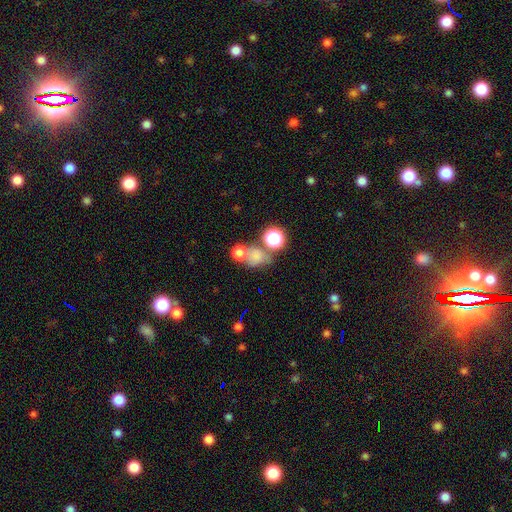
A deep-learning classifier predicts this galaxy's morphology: smooth_or_featured: smooth (p=0.69) [alt: star or artifact p=0.20]
how_rounded: round (p=0.67) [alt: in between p=0.31]
merging: none (p=0.44) [alt: merger p=0.37]